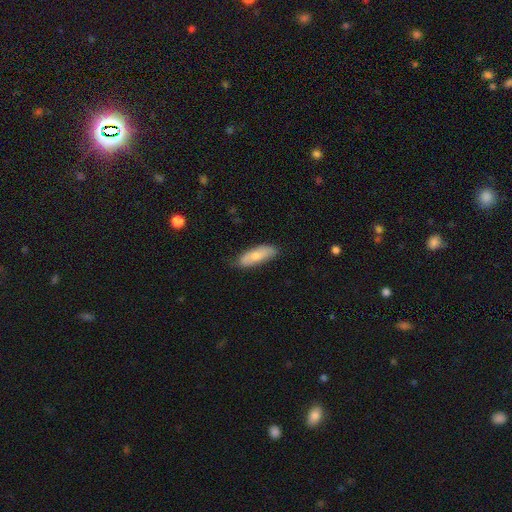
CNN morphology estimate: smooth-or-featured: smooth: 75% | featured or disk: 20% | star or artifact: 6%
  how-rounded: in between: 64% | cigar-shaped: 34% | round: 2%
  merging: none: 75% | minor disturbance: 21% | major disturbance: 4% | merger: 1%